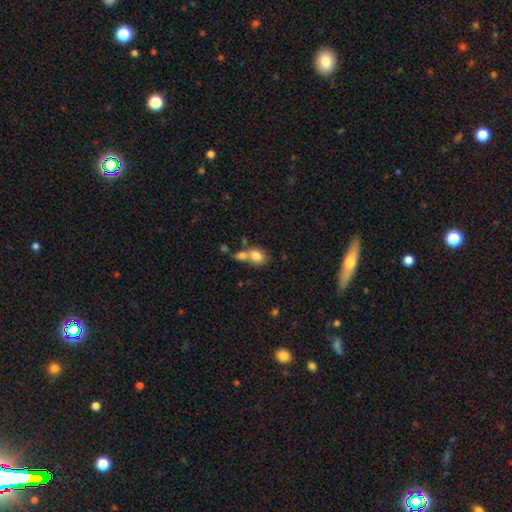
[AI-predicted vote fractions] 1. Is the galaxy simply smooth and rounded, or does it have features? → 79% smooth, 11% featured or disk, 9% star or artifact.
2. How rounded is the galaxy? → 61% in between, 38% round, 2% cigar-shaped.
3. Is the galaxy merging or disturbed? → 54% merger, 32% none, 10% minor disturbance, 5% major disturbance.